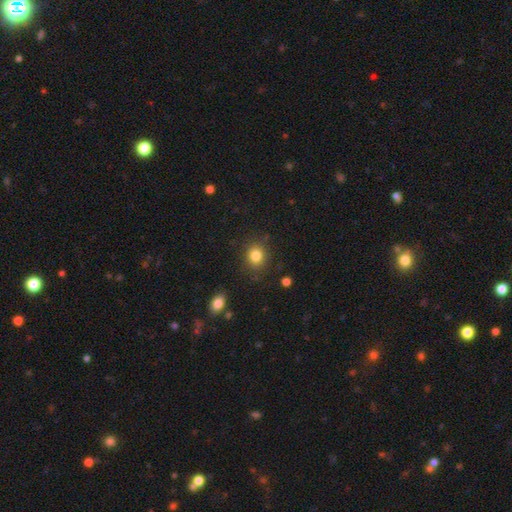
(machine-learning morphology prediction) This is clearly a smooth galaxy (83%). How rounded: likely round (72%). Merging: clearly none (84%).